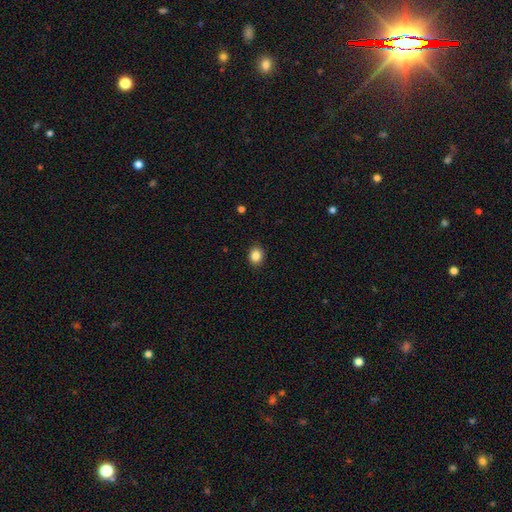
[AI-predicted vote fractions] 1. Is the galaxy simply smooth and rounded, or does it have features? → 86% smooth, 10% star or artifact, 4% featured or disk.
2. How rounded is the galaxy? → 60% round, 39% in between, 1% cigar-shaped.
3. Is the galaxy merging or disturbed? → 90% none, 7% minor disturbance, 2% major disturbance, 1% merger.